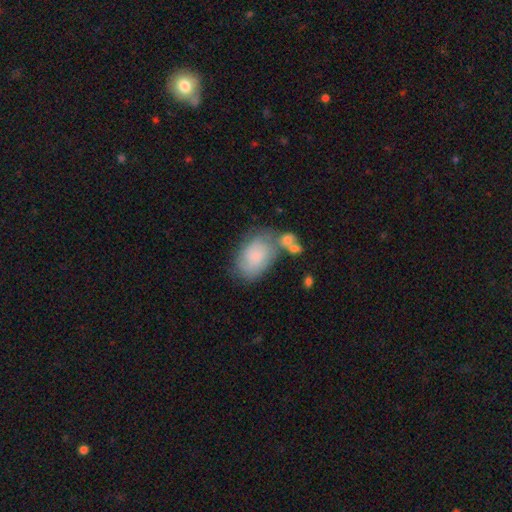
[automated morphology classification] A smooth galaxy with no disk features (66%) that is in between round and cigar-shaped (84%). Merging: none (48%).